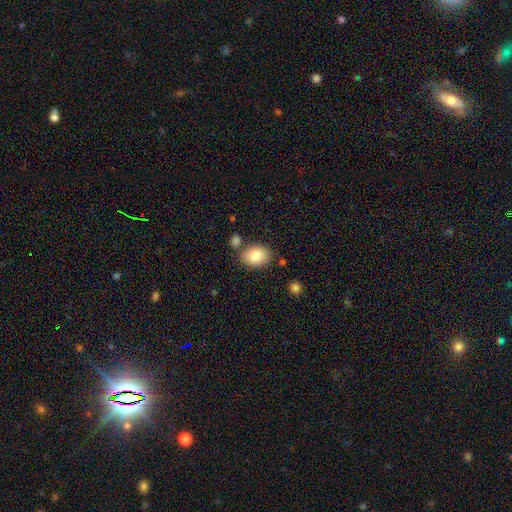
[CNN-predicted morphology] smooth 84%, featured or disk 9%, star or artifact 7%. Down the decision tree: how rounded — in between (72%); merging — none (75%).